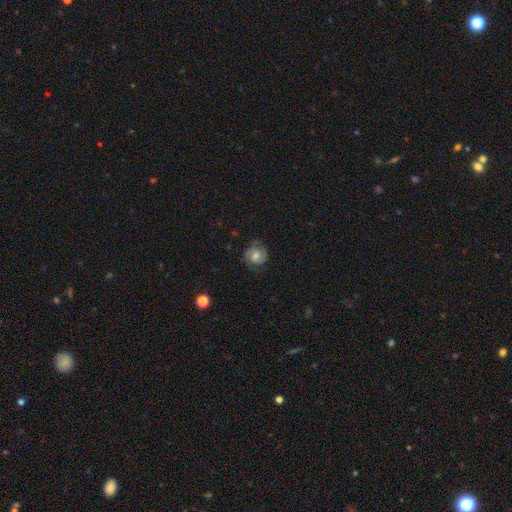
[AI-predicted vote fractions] The model was most divided on "smooth or featured": featured or disk: 50%, smooth: 40%, star or artifact: 9%. More confident: edge-on disk — no (97%); merging — none (73%).